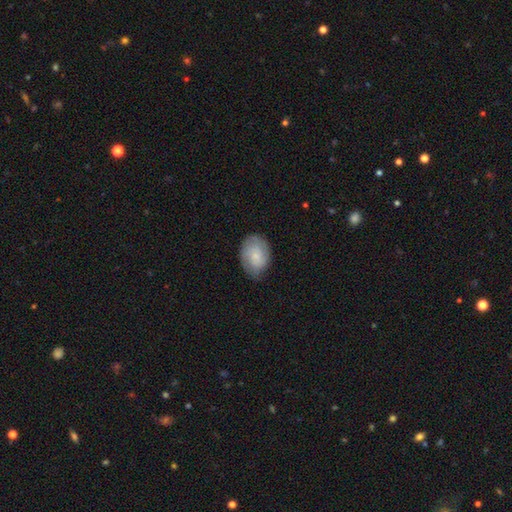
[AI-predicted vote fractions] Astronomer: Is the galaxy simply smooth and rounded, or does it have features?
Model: smooth — 66%.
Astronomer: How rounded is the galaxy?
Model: in between — 74%.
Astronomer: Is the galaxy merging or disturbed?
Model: none — 72%.